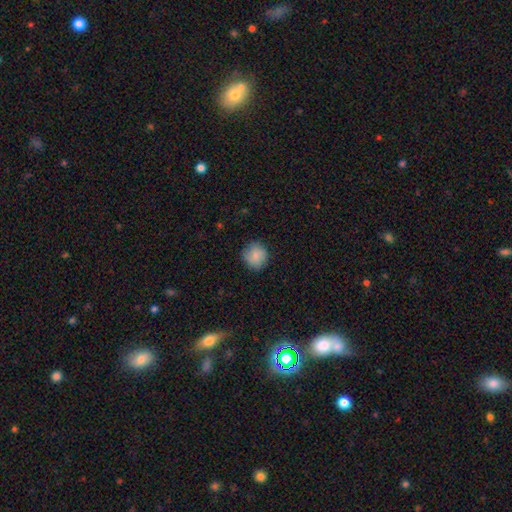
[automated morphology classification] Smooth or featured: smooth — 85% (star or artifact — 8%)
How rounded: round — 91% (in between — 8%)
Merging: none — 84% (minor disturbance — 12%)